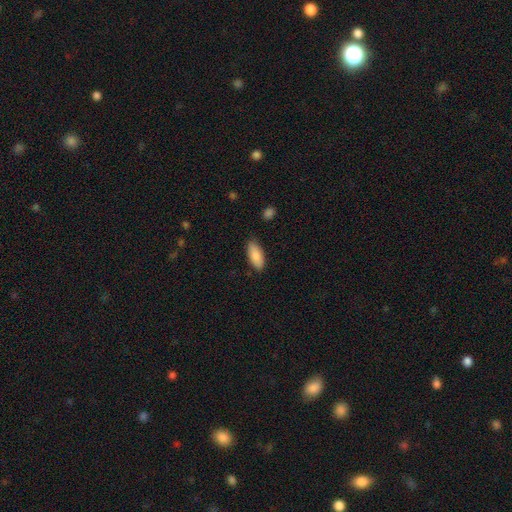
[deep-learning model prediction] Smooth or featured?
  - smooth: 88% *
  - featured or disk: 7%
  - star or artifact: 6%
How rounded?
  - in between: 83% *
  - cigar-shaped: 15%
  - round: 2%
Merging?
  - none: 84% *
  - minor disturbance: 12%
  - major disturbance: 2%
  - merger: 1%